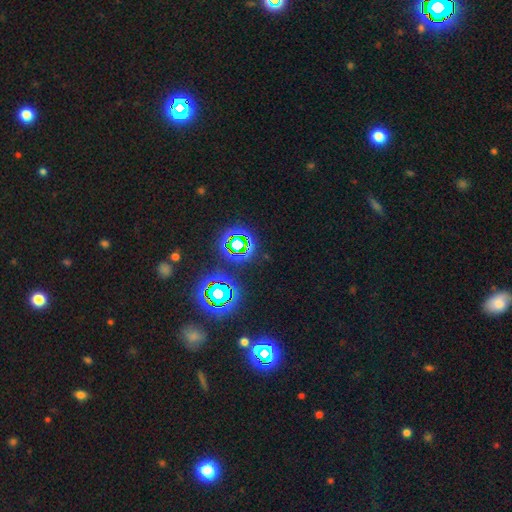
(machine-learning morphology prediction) Q: Smooth or featured?
A: star or artifact (69%); runner-up: smooth (24%)